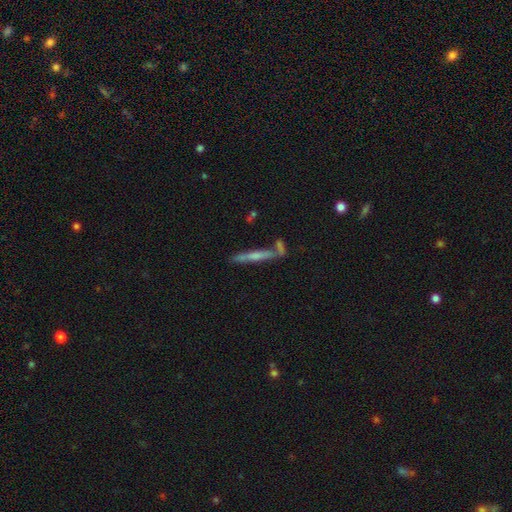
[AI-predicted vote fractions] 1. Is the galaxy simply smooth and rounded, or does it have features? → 50% featured or disk, 42% smooth, 8% star or artifact.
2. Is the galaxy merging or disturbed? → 66% none, 15% merger, 14% minor disturbance, 5% major disturbance.